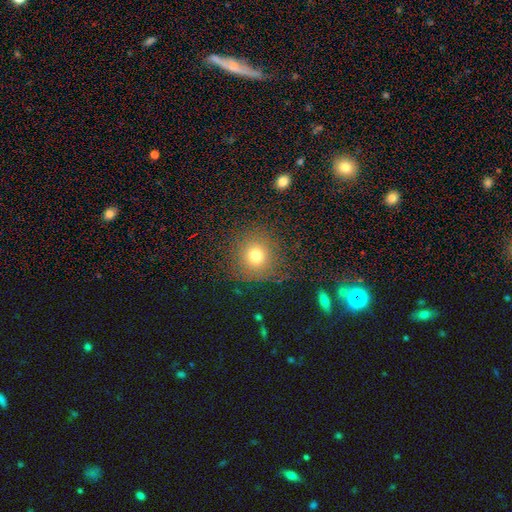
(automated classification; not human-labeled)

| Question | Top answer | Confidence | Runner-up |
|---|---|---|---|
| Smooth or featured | smooth | 73% | star or artifact (17%) |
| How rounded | round | 91% | in between (8%) |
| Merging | none | 85% | minor disturbance (9%) |